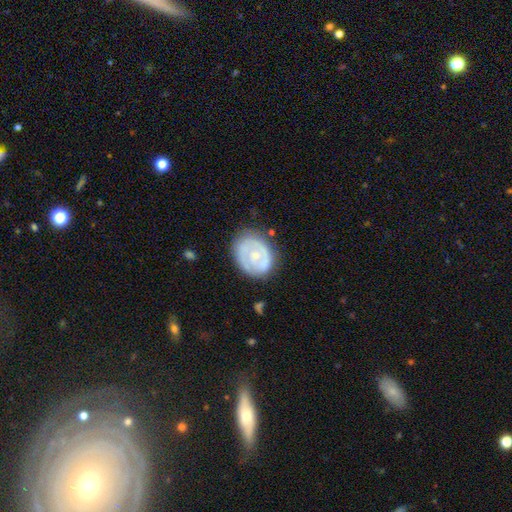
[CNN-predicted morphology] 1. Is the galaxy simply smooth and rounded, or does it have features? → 60% featured or disk, 35% smooth, 5% star or artifact.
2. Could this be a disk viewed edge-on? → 97% no, 3% yes.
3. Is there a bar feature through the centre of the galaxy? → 80% no, 17% weak, 3% strong.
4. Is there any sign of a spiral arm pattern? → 55% yes, 45% no.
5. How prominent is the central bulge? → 55% small, 37% moderate, 5% none, 2% large, 1% dominant.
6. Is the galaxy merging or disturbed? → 72% none, 19% minor disturbance, 7% major disturbance, 2% merger.